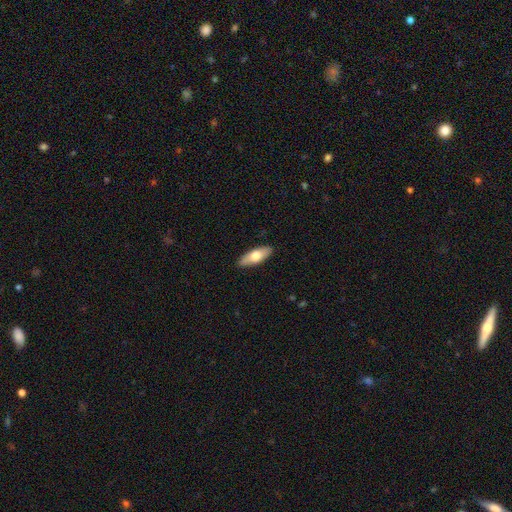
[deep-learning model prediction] smooth 67%, featured or disk 28%, star or artifact 5%. Down the decision tree: how rounded — in between (68%); merging — none (89%).